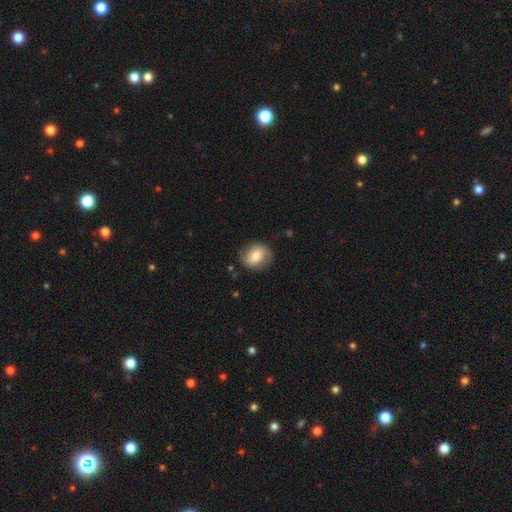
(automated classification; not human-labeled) This is likely a smooth galaxy (70%). How rounded: possibly round (51%). Merging: likely none (78%).